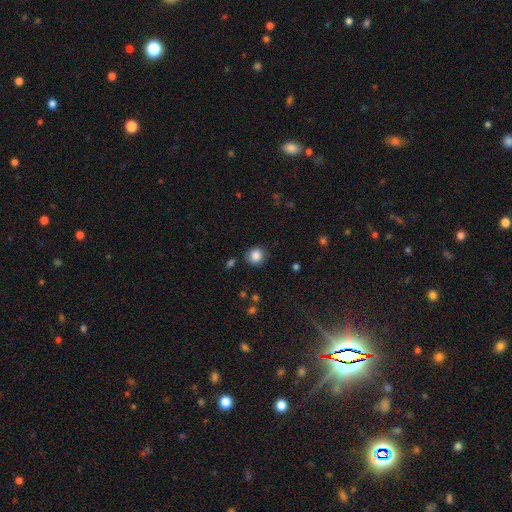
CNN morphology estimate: Smooth or featured? Predicted: smooth (p=0.86). How rounded? Predicted: round (p=0.87). Merging? Predicted: none (p=0.84).